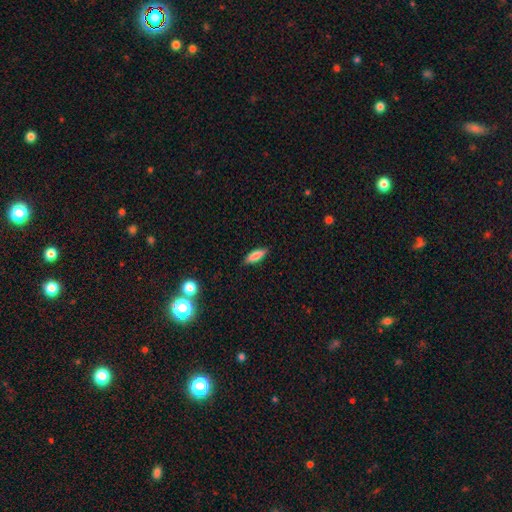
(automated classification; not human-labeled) A smooth galaxy with no disk features (80%) that is in between round and cigar-shaped (53%).

Vote fractions:
- Smooth or featured? smooth: 80% / featured or disk: 13% / star or artifact: 7%
- How rounded? in between: 53% / cigar-shaped: 45% / round: 2%
- Merging? none: 85% / minor disturbance: 12% / major disturbance: 2% / merger: 1%